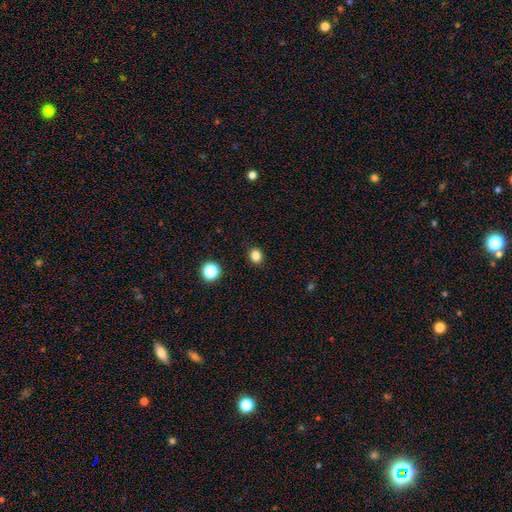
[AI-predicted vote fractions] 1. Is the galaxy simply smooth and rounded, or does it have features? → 83% smooth, 13% star or artifact, 4% featured or disk.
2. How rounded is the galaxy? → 67% round, 33% in between, 1% cigar-shaped.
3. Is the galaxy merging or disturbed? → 90% none, 7% minor disturbance, 2% major disturbance, 1% merger.